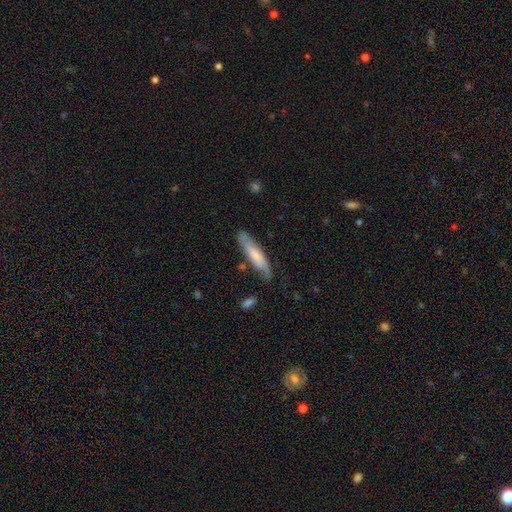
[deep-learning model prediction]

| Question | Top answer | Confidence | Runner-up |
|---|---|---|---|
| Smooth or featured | smooth | 60% | featured or disk (34%) |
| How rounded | cigar-shaped | 80% | in between (19%) |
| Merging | none | 74% | minor disturbance (19%) |